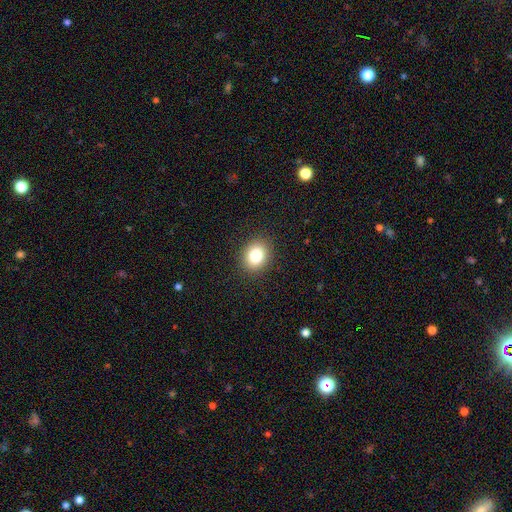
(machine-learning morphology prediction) Smooth or featured?
  - smooth: 84% *
  - star or artifact: 10%
  - featured or disk: 6%
How rounded?
  - round: 59% *
  - in between: 40%
  - cigar-shaped: 1%
Merging?
  - none: 90% *
  - minor disturbance: 7%
  - major disturbance: 2%
  - merger: 1%